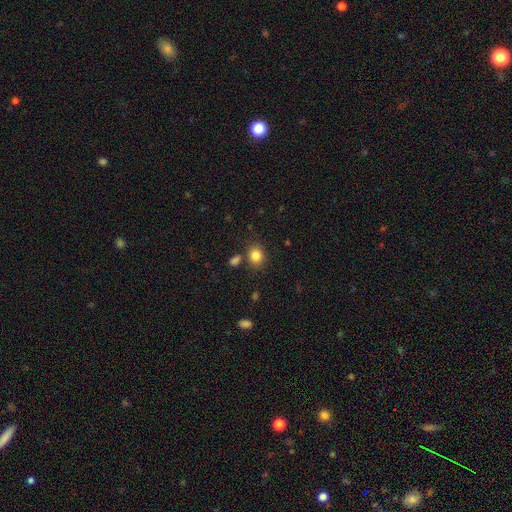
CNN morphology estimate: type=smooth (84%); roundness=round (57%); merging=none (78%).